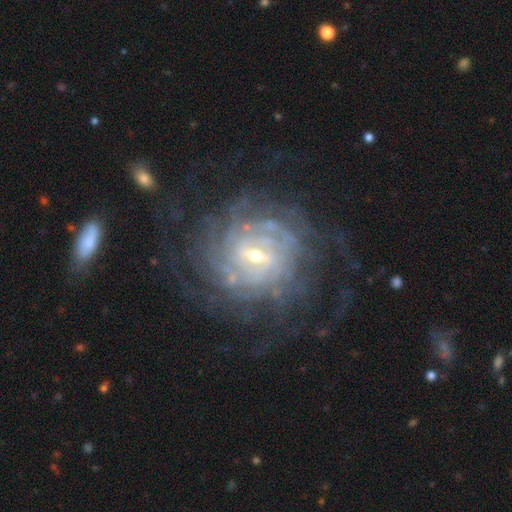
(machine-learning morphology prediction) type=featured or disk (89%); edge-on=no (97%); bar=weak (54%); spiral arms=yes (96%); winding=tight (77%); arm count=can't tell (34%); bulge=small (57%); merging=none (73%).